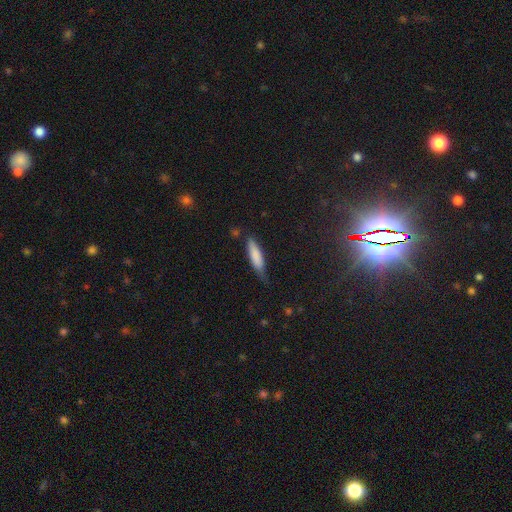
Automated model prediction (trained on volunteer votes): This is likely a smooth galaxy (80%). How rounded: likely cigar-shaped (68%). Merging: possibly none (59%).